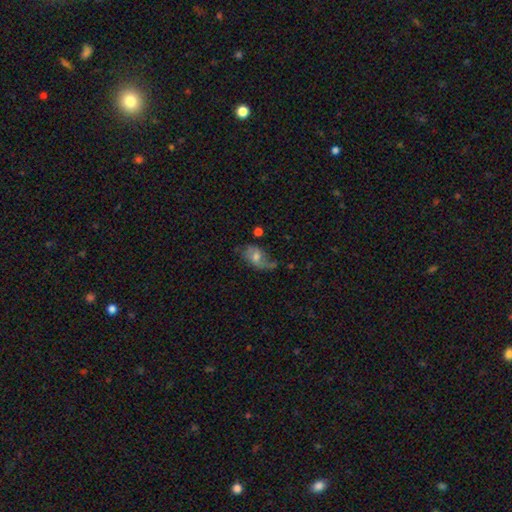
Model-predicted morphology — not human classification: smooth_or_featured: featured or disk (p=0.50) [alt: smooth p=0.40]
disk_edge_on: no (p=0.94) [alt: yes p=0.06]
merging: none (p=0.43) [alt: minor disturbance p=0.30]